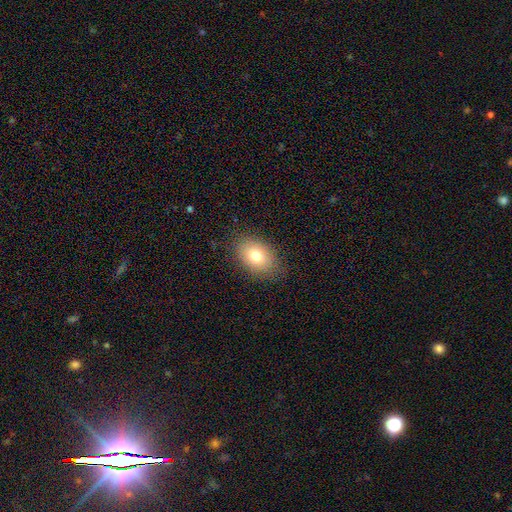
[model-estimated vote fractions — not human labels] Smooth or featured?
  - smooth: 79% *
  - featured or disk: 12%
  - star or artifact: 9%
How rounded?
  - in between: 82% *
  - round: 17%
  - cigar-shaped: 1%
Merging?
  - none: 83% *
  - minor disturbance: 13%
  - major disturbance: 3%
  - merger: 1%